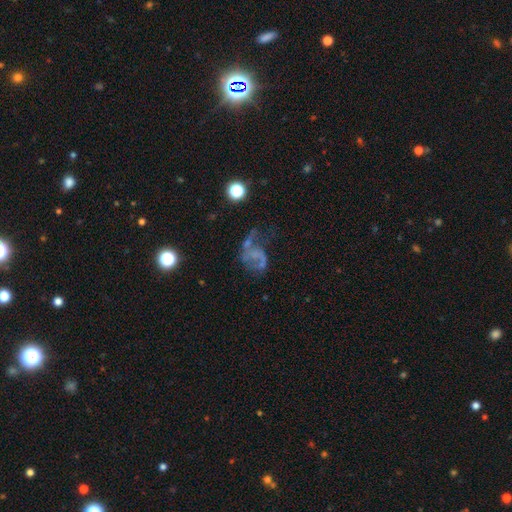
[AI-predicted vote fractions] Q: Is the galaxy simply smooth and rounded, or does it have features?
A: featured or disk — 59%.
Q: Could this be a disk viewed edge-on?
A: no — 98%.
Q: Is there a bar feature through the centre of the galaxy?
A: no — 78%.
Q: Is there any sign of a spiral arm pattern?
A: no — 57%.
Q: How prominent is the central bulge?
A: none — 75%.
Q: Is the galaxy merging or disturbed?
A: major disturbance — 41%.